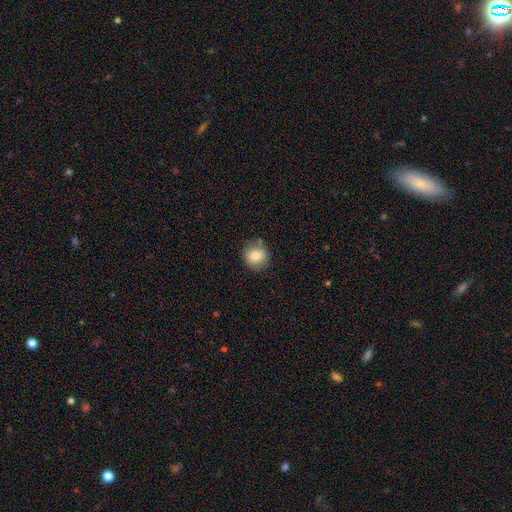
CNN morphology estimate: This is clearly a smooth galaxy (83%). How rounded: clearly round (85%). Merging: clearly none (81%).